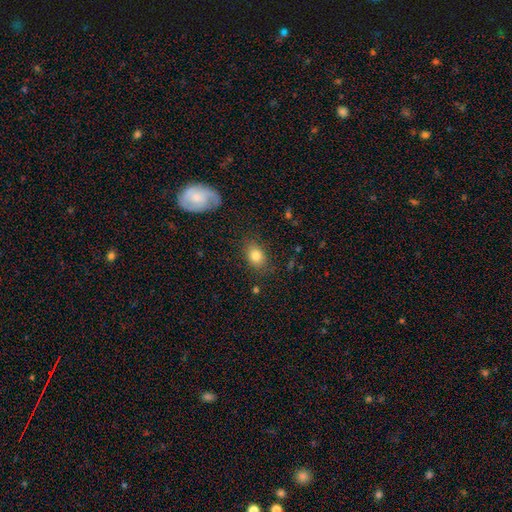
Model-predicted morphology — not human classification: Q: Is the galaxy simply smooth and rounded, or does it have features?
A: smooth — 81%.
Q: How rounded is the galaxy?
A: in between — 70%.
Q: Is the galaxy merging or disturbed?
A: none — 81%.